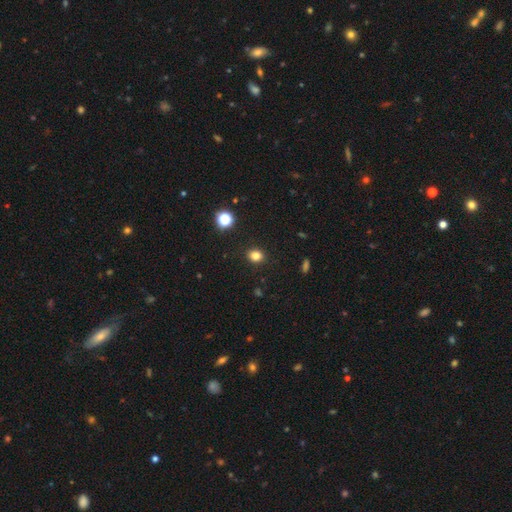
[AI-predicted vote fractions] A smooth galaxy with no disk features (81%) that is round (61%).

Vote fractions:
- Smooth or featured? smooth: 81% / star or artifact: 14% / featured or disk: 5%
- How rounded? round: 61% / in between: 38% / cigar-shaped: 1%
- Merging? none: 89% / minor disturbance: 7% / major disturbance: 2% / merger: 1%